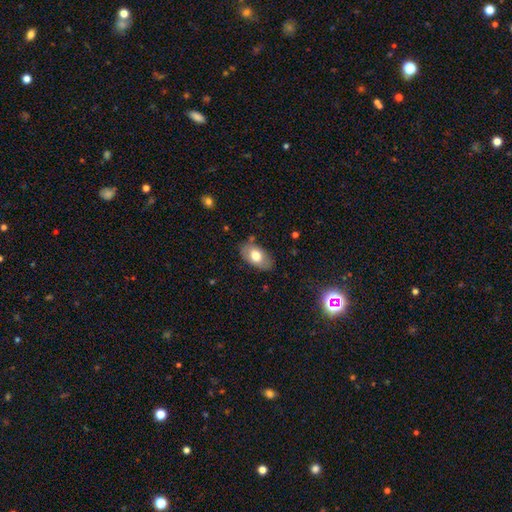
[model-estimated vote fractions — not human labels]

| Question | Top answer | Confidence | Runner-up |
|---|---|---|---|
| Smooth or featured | smooth | 70% | featured or disk (23%) |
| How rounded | in between | 92% | round (6%) |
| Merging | none | 79% | minor disturbance (16%) |